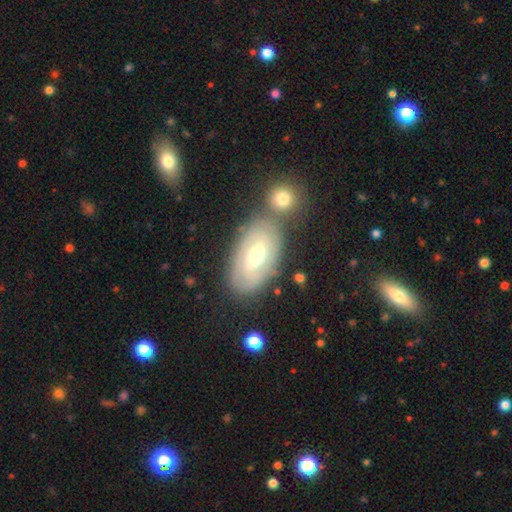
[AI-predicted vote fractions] smooth-or-featured: featured or disk: 62% | smooth: 30% | star or artifact: 8%
  disk-edge-on: no: 90% | yes: 10%
    bar: weak: 45% | no: 38% | strong: 17%
    has-spiral-arms: yes: 65% | no: 35%
    bulge-size: moderate: 74% | small: 13% | large: 10% | dominant: 1% | none: 1%
  merging: none: 70% | minor disturbance: 14% | merger: 11% | major disturbance: 4%